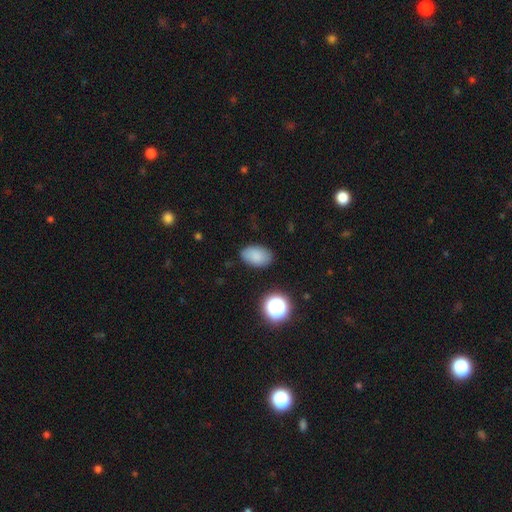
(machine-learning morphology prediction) Overall: smooth (85%). How rounded: in between (90%). Merging: none (83%).